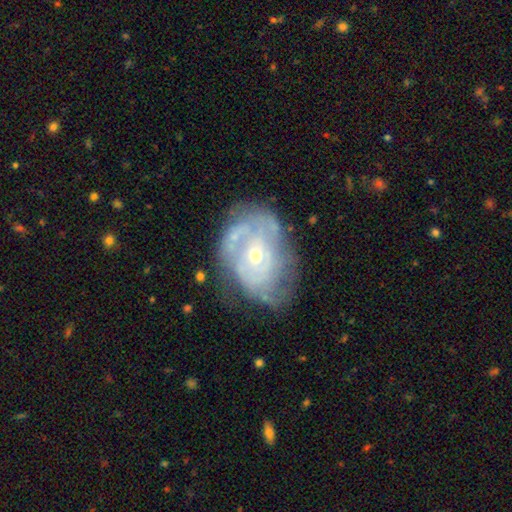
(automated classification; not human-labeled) Morphology: type=featured or disk (77%); edge-on=no (97%); bar=no (74%); spiral arms=yes (76%); winding=tight (61%); arm count=can't tell (50%); bulge=small (66%); merging=none (51%).